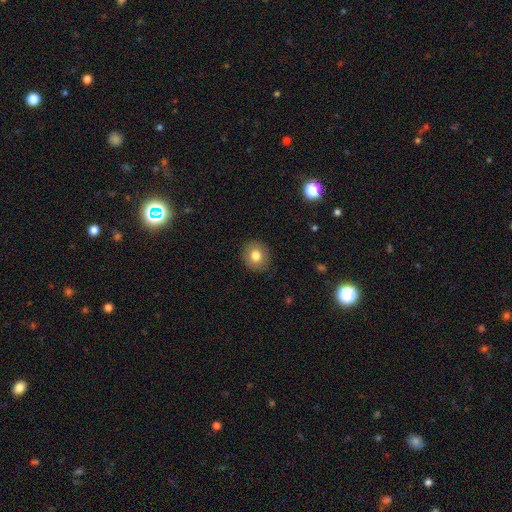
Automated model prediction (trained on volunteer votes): Overall: smooth (78%). How rounded: round (80%). Merging: none (90%).